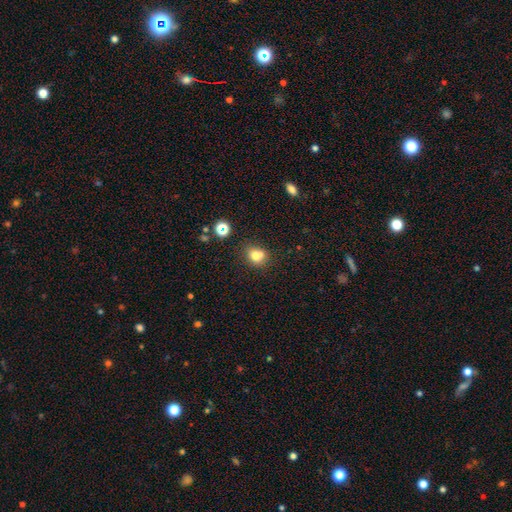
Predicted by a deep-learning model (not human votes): Smooth or featured?
  - smooth: 76% *
  - star or artifact: 14%
  - featured or disk: 10%
How rounded?
  - round: 61% *
  - in between: 38%
  - cigar-shaped: 1%
Merging?
  - none: 60% *
  - minor disturbance: 19%
  - merger: 16%
  - major disturbance: 6%